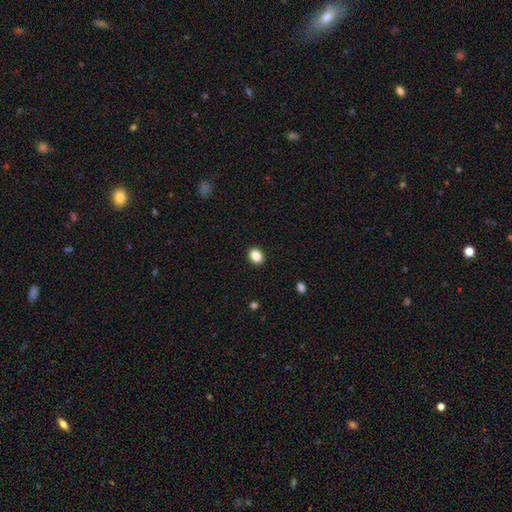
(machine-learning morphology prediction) Overall: smooth (87%). How rounded: in between (56%; round 43%). Merging: none (91%).